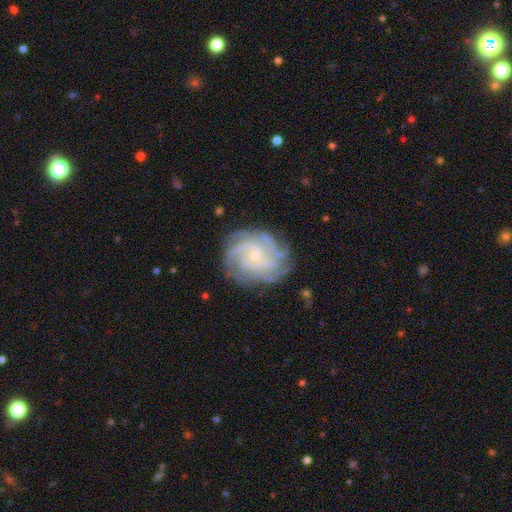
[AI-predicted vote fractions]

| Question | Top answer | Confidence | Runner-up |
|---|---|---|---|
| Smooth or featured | featured or disk | 84% | smooth (9%) |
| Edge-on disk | no | 98% | yes (2%) |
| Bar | no | 70% | weak (25%) |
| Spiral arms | yes | 97% | no (3%) |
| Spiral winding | tight | 67% | medium (27%) |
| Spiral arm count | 4 | 32% | can't tell (23%) |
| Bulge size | small | 76% | moderate (14%) |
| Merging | none | 77% | minor disturbance (15%) |